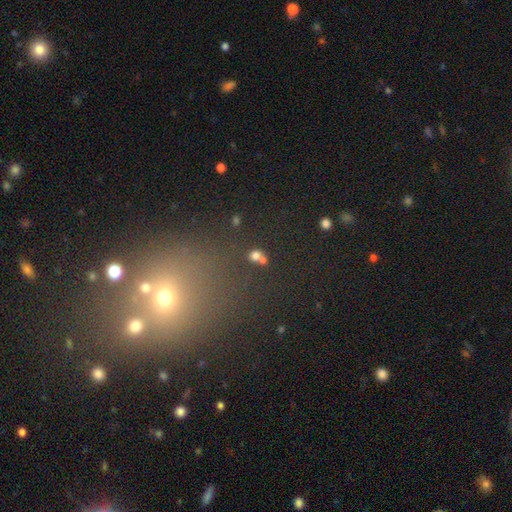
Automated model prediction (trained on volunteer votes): A smooth galaxy with no disk features (69%) that is round (72%).

Vote fractions:
- Smooth or featured? smooth: 69% / star or artifact: 21% / featured or disk: 10%
- How rounded? round: 72% / in between: 27% / cigar-shaped: 2%
- Merging? none: 49% / merger: 35% / minor disturbance: 10% / major disturbance: 6%